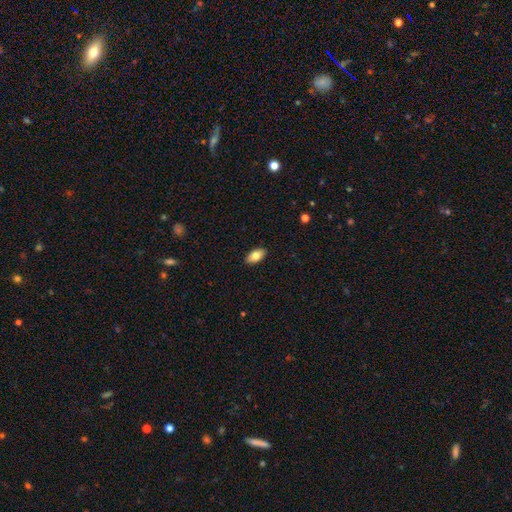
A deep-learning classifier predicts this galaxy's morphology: The model was most divided on "smooth or featured": smooth: 80%, featured or disk: 14%, star or artifact: 7%. More confident: how rounded — in between (93%); merging — none (90%).